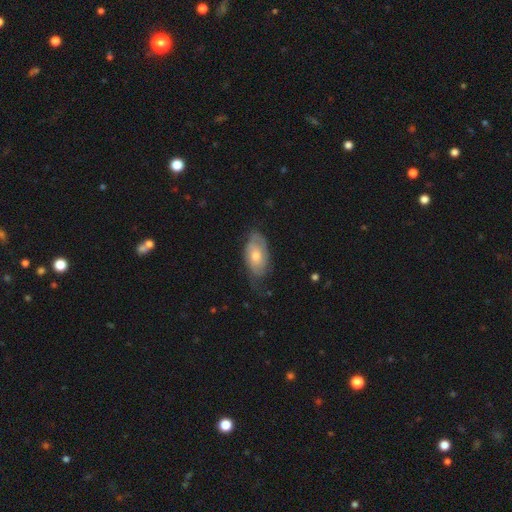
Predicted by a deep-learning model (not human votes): Overall: featured or disk (48%; smooth 46%). Merging: none (55%; minor disturbance 32%).